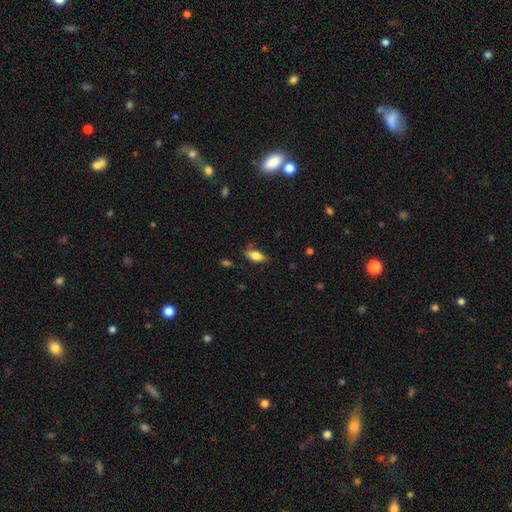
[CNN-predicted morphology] This is likely a smooth galaxy (80%). How rounded: clearly in between (84%). Merging: likely none (69%).